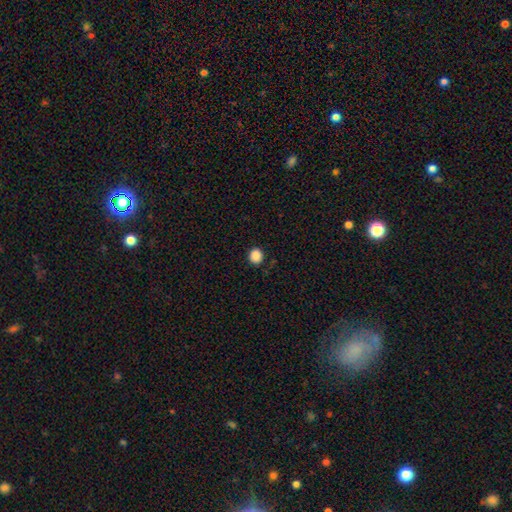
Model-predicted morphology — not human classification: The model was most divided on "how rounded": round: 86%, in between: 13%, cigar-shaped: 1%. More confident: merging — none (90%); smooth or featured — smooth (88%).